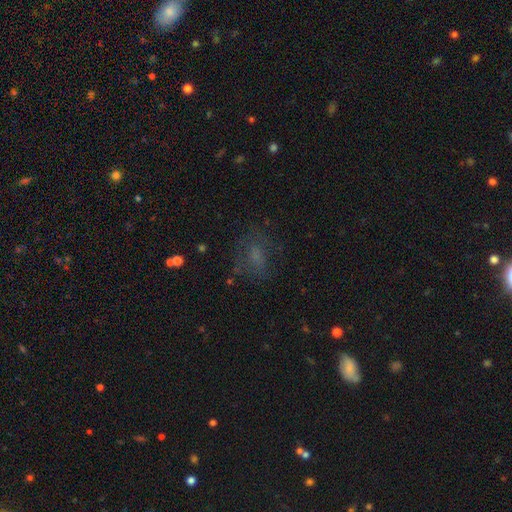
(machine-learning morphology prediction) Smooth or featured: smooth — 49% (featured or disk — 27%)
Merging: none — 60% (major disturbance — 19%)